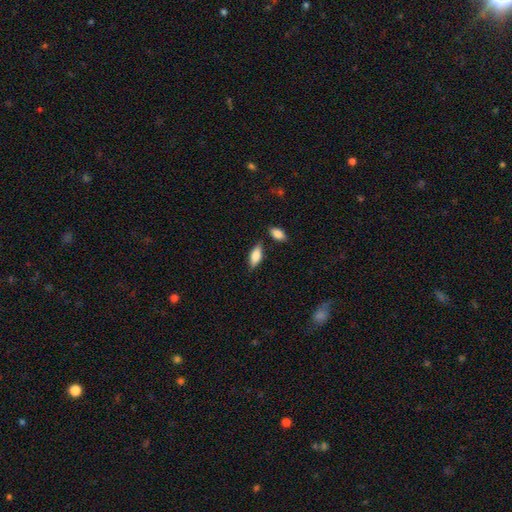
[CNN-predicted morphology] A smooth galaxy with no disk features (81%) that is in between round and cigar-shaped (82%). Merging: none (77%).